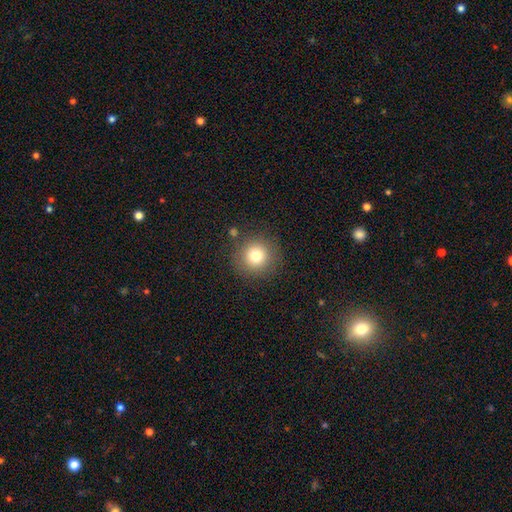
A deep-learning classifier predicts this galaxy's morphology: Smooth or featured? Predicted: smooth (p=0.78). How rounded? Predicted: round (p=0.95). Merging? Predicted: none (p=0.86).